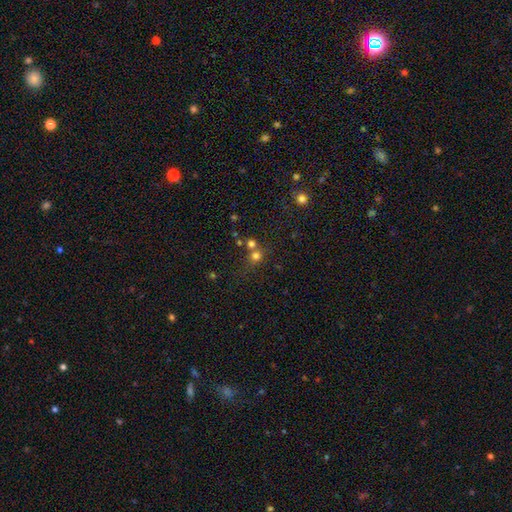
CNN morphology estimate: Smooth or featured?
  - smooth: 71% *
  - star or artifact: 19%
  - featured or disk: 9%
How rounded?
  - round: 87% *
  - in between: 12%
  - cigar-shaped: 1%
Merging?
  - none: 52% *
  - merger: 37%
  - minor disturbance: 7%
  - major disturbance: 4%